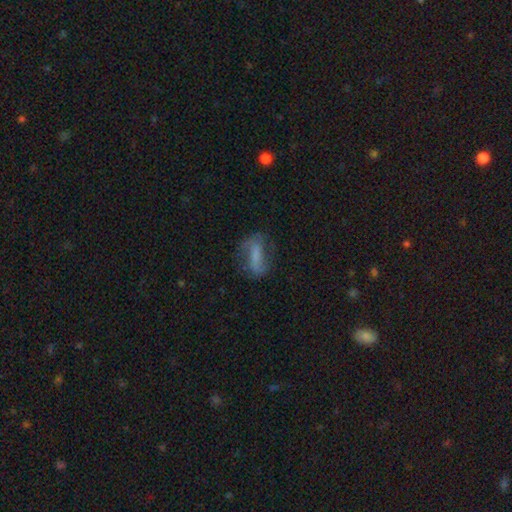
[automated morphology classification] Overall: featured or disk (49%; smooth 41%). Merging: none (61%; minor disturbance 22%).